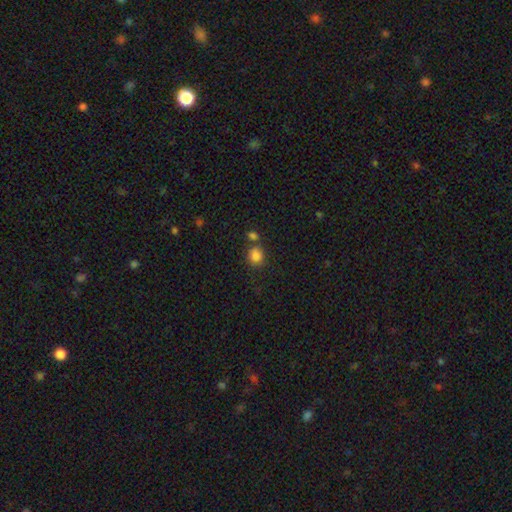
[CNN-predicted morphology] smooth_or_featured: smooth (p=0.84) [alt: star or artifact p=0.11]
how_rounded: round (p=0.74) [alt: in between p=0.25]
merging: none (p=0.63) [alt: merger p=0.20]